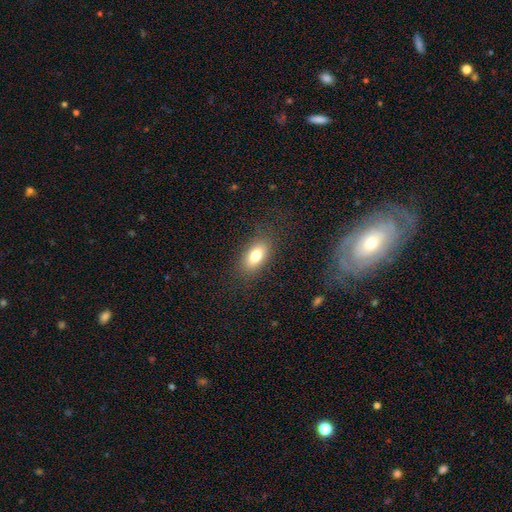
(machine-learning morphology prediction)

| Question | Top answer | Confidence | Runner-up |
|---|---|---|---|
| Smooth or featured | smooth | 78% | featured or disk (13%) |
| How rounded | in between | 88% | round (6%) |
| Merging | none | 84% | minor disturbance (10%) |